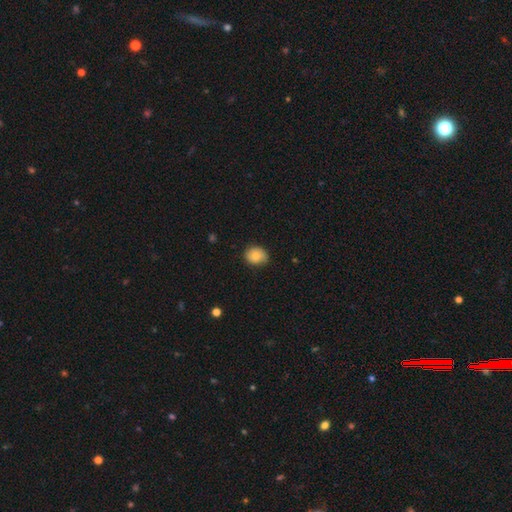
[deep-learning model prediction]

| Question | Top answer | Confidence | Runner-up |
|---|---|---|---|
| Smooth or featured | smooth | 82% | featured or disk (10%) |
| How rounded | round | 65% | in between (34%) |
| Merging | none | 74% | minor disturbance (21%) |